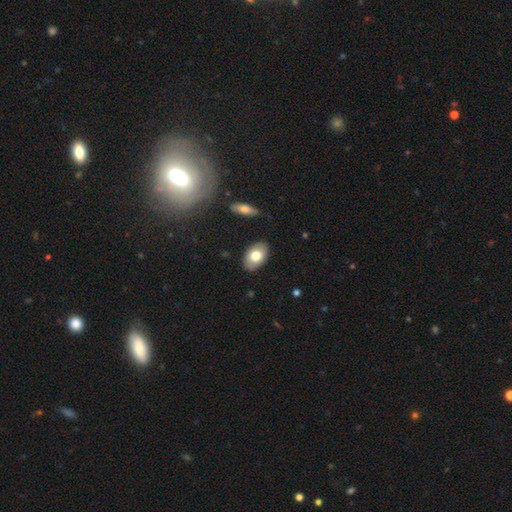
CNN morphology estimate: smooth-or-featured: smooth: 73% | featured or disk: 21% | star or artifact: 6%
  how-rounded: in between: 91% | round: 8% | cigar-shaped: 1%
  merging: none: 85% | minor disturbance: 11% | major disturbance: 2% | merger: 1%